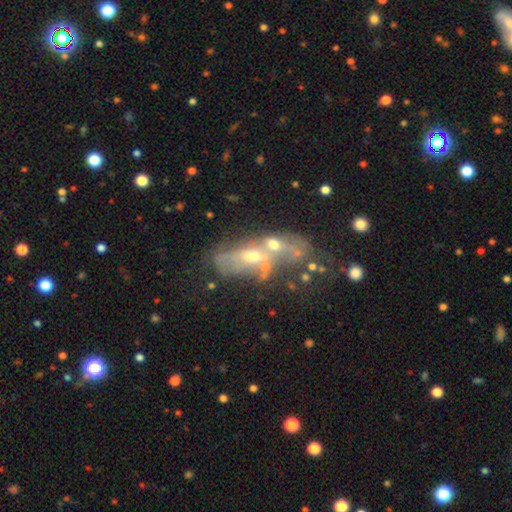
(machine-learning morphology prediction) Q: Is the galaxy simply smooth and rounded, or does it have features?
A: featured or disk — 60%.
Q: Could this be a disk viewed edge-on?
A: no — 81%.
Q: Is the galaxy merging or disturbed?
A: merger — 42%.